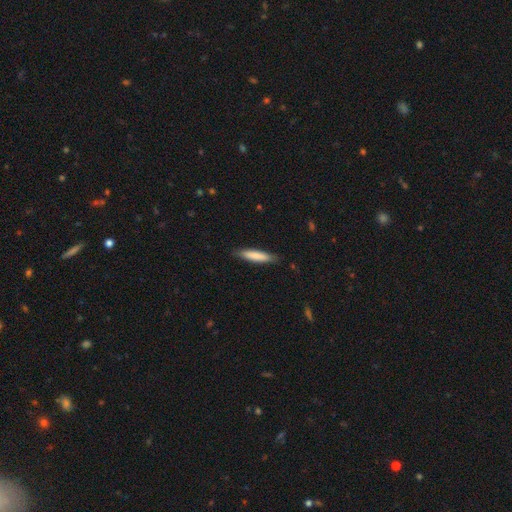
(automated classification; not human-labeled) Overall: smooth (82%). How rounded: cigar-shaped (83%). Merging: none (85%).